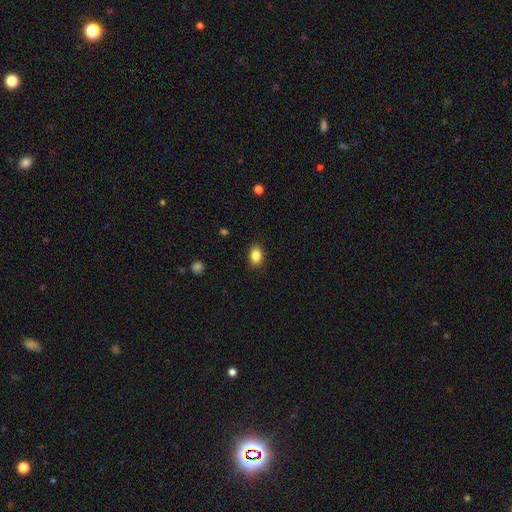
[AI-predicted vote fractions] Smooth or featured? smooth (85%)
How rounded? in between (78%)
Merging? none (88%)